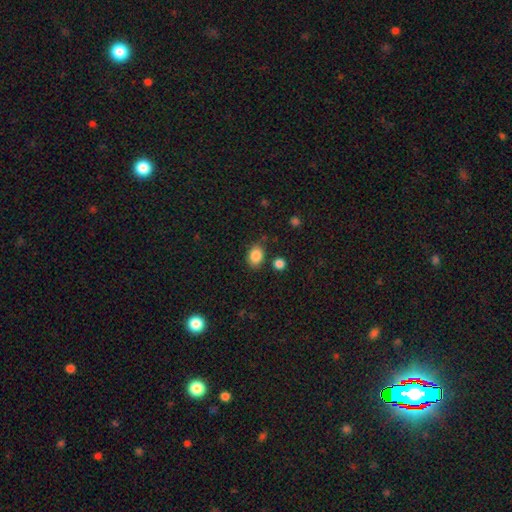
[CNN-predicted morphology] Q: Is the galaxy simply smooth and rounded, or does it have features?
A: smooth — 86%.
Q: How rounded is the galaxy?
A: in between — 64%.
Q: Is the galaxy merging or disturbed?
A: none — 78%.